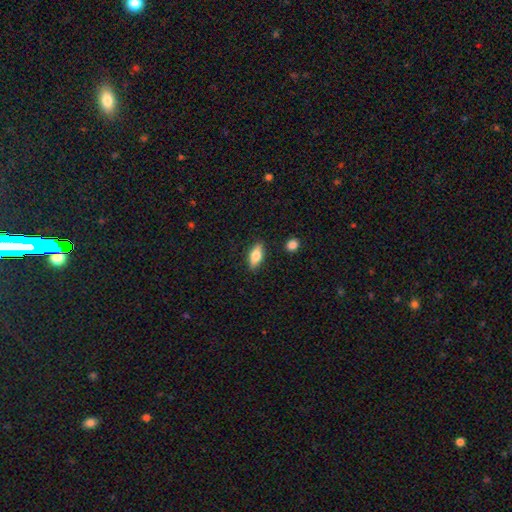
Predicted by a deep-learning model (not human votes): This is likely a smooth galaxy (71%). How rounded: likely in between (76%). Merging: clearly none (87%).